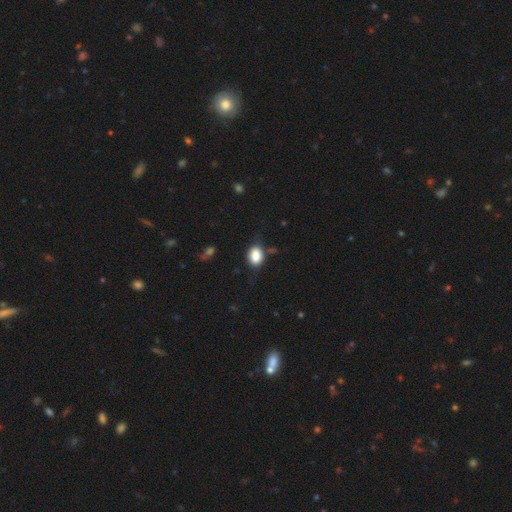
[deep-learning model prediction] A smooth galaxy with no disk features (86%) that is in between round and cigar-shaped (76%).

Vote fractions:
- Smooth or featured? smooth: 86% / star or artifact: 8% / featured or disk: 6%
- How rounded? in between: 76% / round: 23% / cigar-shaped: 1%
- Merging? none: 71% / minor disturbance: 21% / major disturbance: 6% / merger: 3%